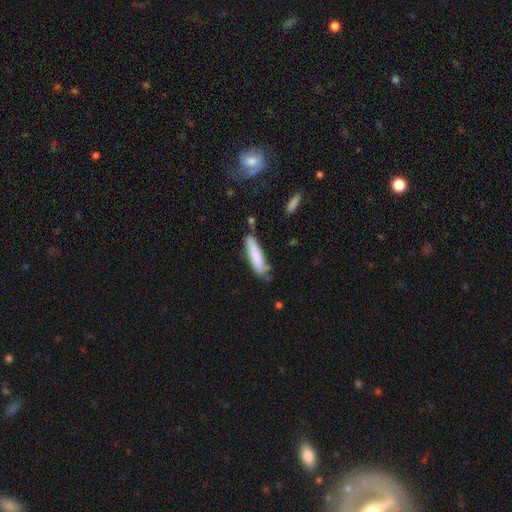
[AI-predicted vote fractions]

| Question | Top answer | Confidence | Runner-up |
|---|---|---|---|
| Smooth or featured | smooth | 80% | featured or disk (14%) |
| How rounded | cigar-shaped | 79% | in between (20%) |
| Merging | none | 67% | minor disturbance (23%) |